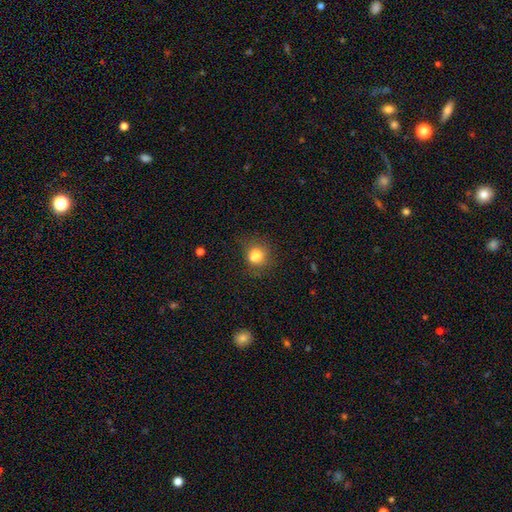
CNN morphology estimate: The model was most divided on "merging": none: 58%, minor disturbance: 23%, merger: 10%, major disturbance: 9%. More confident: smooth or featured — smooth (79%); how rounded — round (70%).